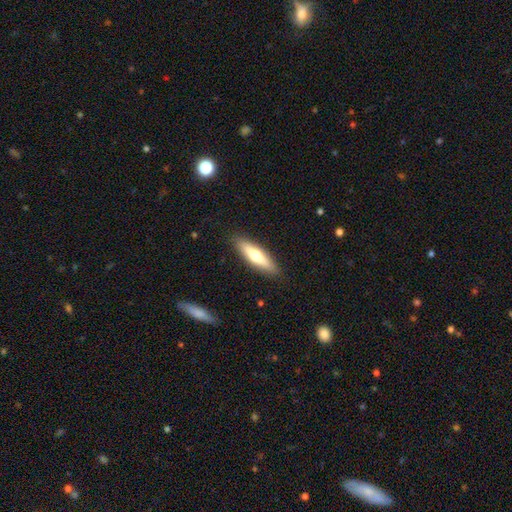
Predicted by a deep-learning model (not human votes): Smooth or featured? Predicted: smooth (p=0.55). How rounded? Predicted: cigar-shaped (p=0.66). Merging? Predicted: none (p=0.89).